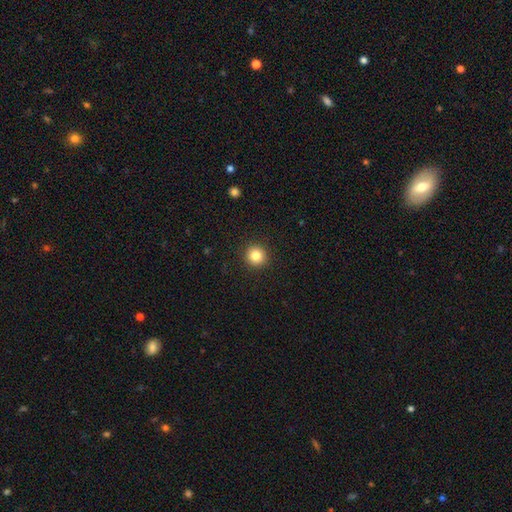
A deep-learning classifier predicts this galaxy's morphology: This appears to be a smooth galaxy with no disk features (83%) that is round (94%). Merging: none (93%).